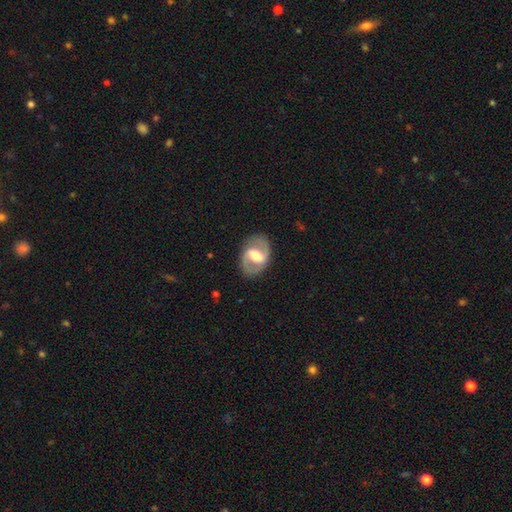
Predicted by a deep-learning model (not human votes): smooth_or_featured: featured or disk (p=0.78) [alt: smooth p=0.17]
disk_edge_on: no (p=0.97) [alt: yes p=0.03]
bar: strong (p=0.45) [alt: weak p=0.41]
has_spiral_arms: yes (p=0.83) [alt: no p=0.17]
spiral_winding: medium (p=0.53) [alt: tight p=0.26]
spiral_arm_count: 2 (p=0.90) [alt: can't tell p=0.05]
bulge_size: moderate (p=0.54) [alt: large p=0.24]
merging: none (p=0.83) [alt: minor disturbance p=0.11]